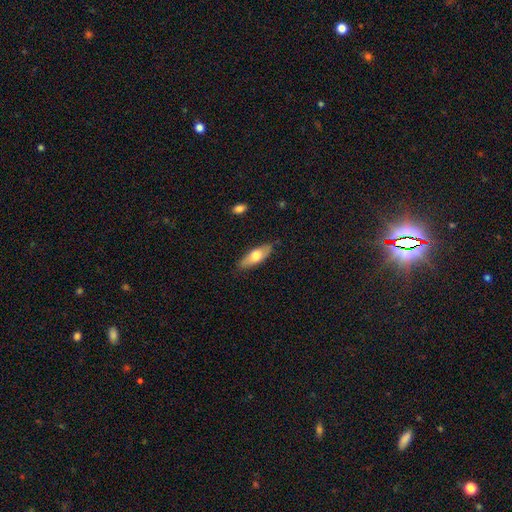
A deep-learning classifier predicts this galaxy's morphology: This appears to be a smooth galaxy with no disk features (64%) that is in between round and cigar-shaped (60%). Merging: none (83%).